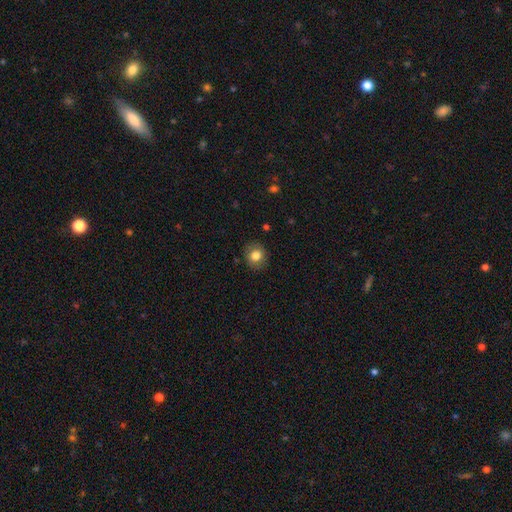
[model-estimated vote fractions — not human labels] smooth_or_featured: smooth (p=0.80) [alt: star or artifact p=0.10]
how_rounded: round (p=0.78) [alt: in between p=0.21]
merging: none (p=0.88) [alt: minor disturbance p=0.09]